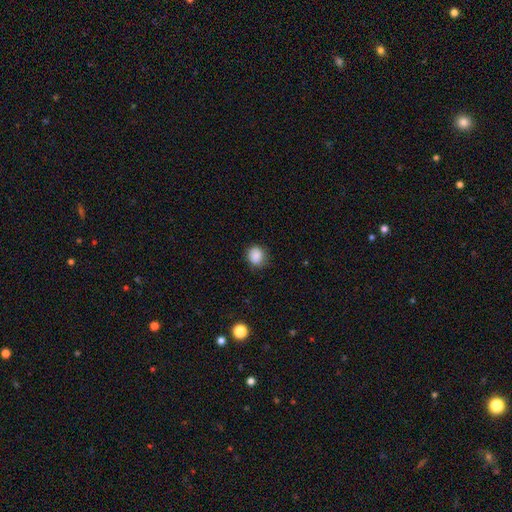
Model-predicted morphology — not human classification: This appears to be a smooth galaxy with no disk features (87%) that is round (69%). Merging: none (78%).